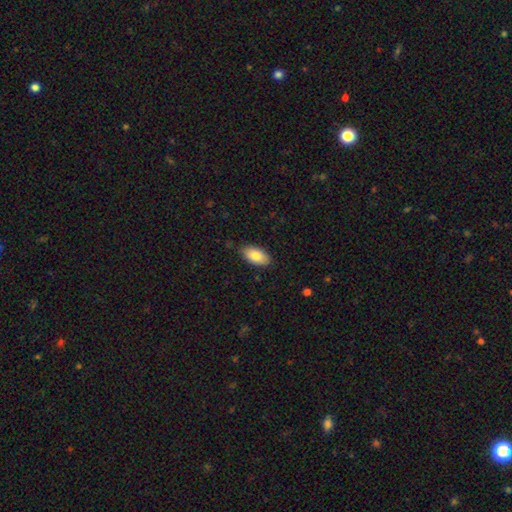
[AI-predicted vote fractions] smooth 82%, featured or disk 11%, star or artifact 6%. Down the decision tree: how rounded — in between (94%); merging — none (85%).